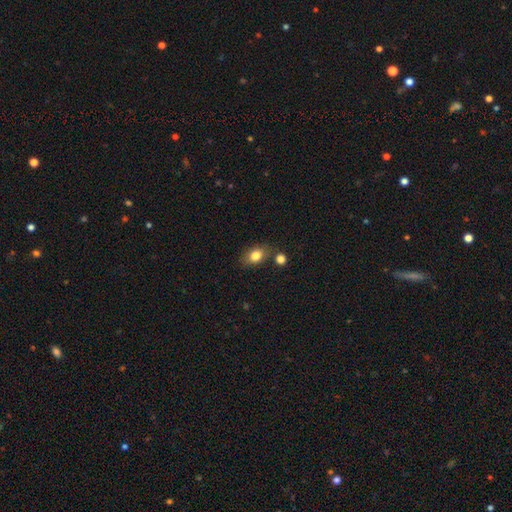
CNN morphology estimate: This appears to be a smooth galaxy with no disk features (82%) that is in between round and cigar-shaped (74%). Merging: none (73%).